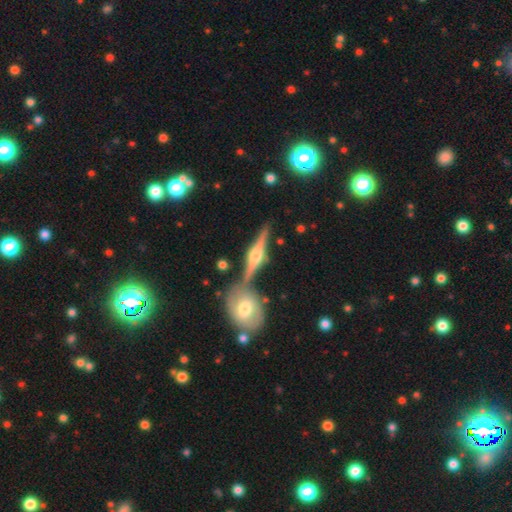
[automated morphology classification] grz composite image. It shows a featured or disk galaxy (82%) viewed edge-on (96%) with a rounded central bulge (93%). Merging: none (73%).